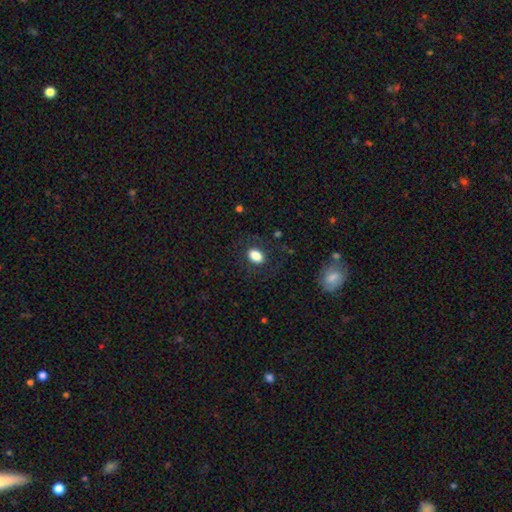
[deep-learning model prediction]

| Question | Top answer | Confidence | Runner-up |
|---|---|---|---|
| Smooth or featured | smooth | 84% | star or artifact (8%) |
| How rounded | in between | 78% | round (21%) |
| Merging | none | 82% | minor disturbance (11%) |